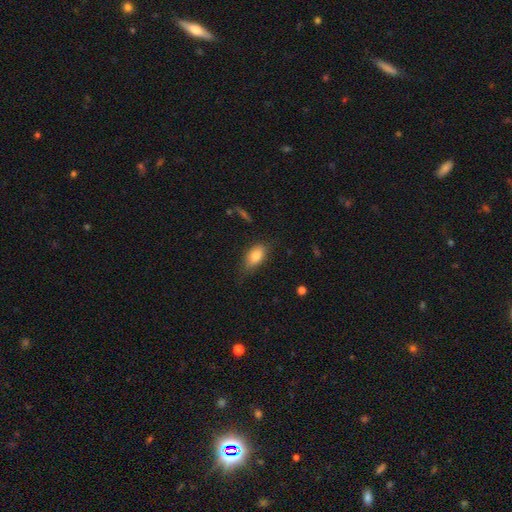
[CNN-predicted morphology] Smooth or featured? smooth (81%)
How rounded? in between (88%)
Merging? none (68%)